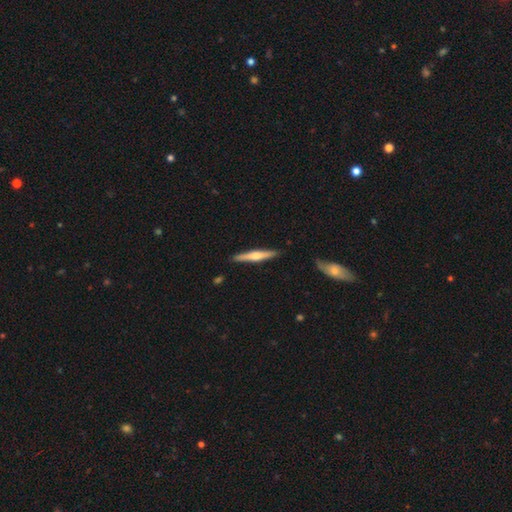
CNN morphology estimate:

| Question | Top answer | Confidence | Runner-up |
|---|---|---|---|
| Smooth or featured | featured or disk | 56% | smooth (39%) |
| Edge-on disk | yes | 97% | no (3%) |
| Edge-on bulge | rounded | 83% | none (10%) |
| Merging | none | 89% | minor disturbance (8%) |